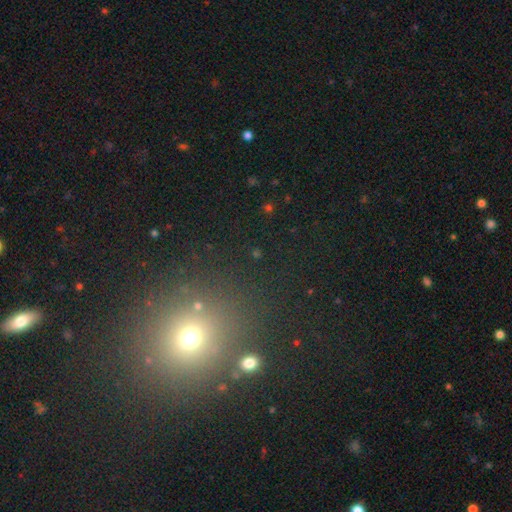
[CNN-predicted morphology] smooth_or_featured: star or artifact (p=0.45) [tied with: smooth p=0.45]